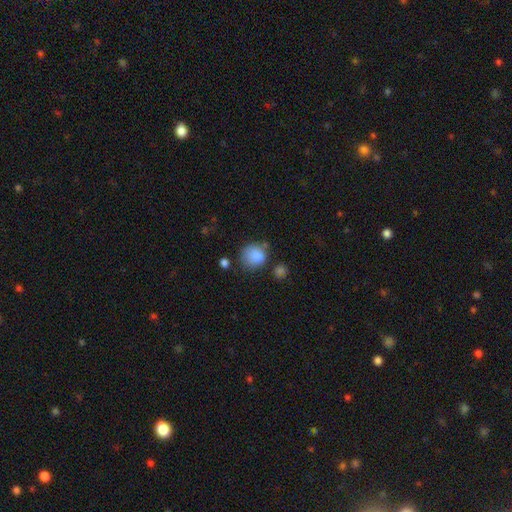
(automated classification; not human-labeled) Smooth or featured?
  - smooth: 85% *
  - star or artifact: 9%
  - featured or disk: 6%
How rounded?
  - round: 79% *
  - in between: 20%
  - cigar-shaped: 1%
Merging?
  - none: 60% *
  - minor disturbance: 25%
  - major disturbance: 8%
  - merger: 7%